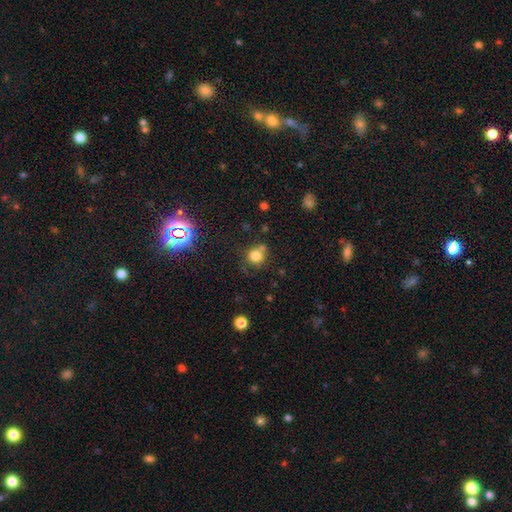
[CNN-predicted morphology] A smooth galaxy with no disk features (77%) that is round (86%). Merging: none (60%).